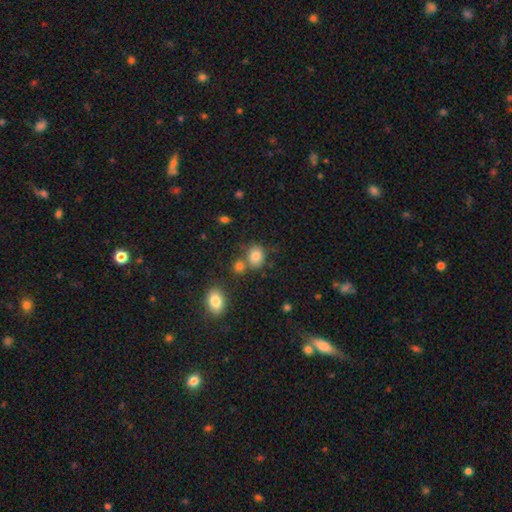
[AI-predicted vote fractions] Smooth or featured: smooth — 81% (star or artifact — 11%)
How rounded: round — 57% (in between — 42%)
Merging: none — 65% (merger — 20%)